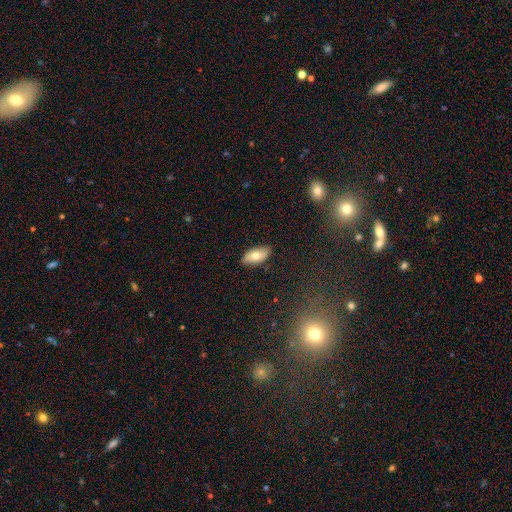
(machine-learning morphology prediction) This is likely a smooth galaxy (73%). How rounded: clearly in between (92%). Merging: clearly none (85%).